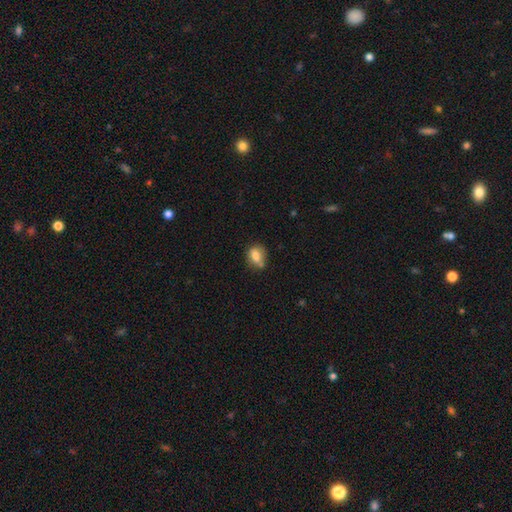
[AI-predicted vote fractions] A smooth galaxy with no disk features (79%) that is in between round and cigar-shaped (66%). Merging: none (53%).